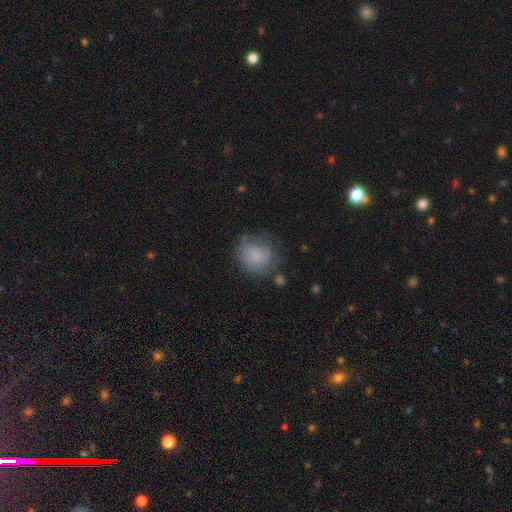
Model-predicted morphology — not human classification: type=smooth (63%); roundness=round (79%); merging=none (57%).